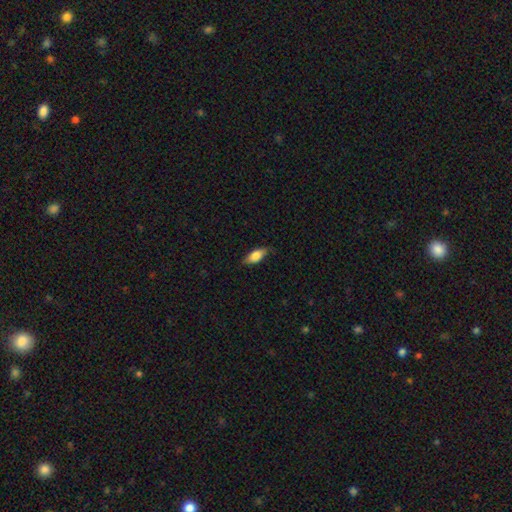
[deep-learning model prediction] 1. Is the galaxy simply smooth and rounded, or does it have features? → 77% smooth, 17% featured or disk, 6% star or artifact.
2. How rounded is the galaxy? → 80% in between, 17% cigar-shaped, 3% round.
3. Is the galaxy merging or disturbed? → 76% none, 19% minor disturbance, 3% major disturbance, 1% merger.